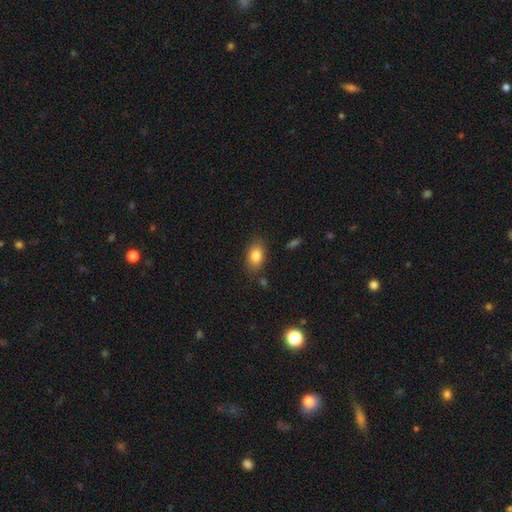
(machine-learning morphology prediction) smooth-or-featured: smooth: 82% | featured or disk: 9% | star or artifact: 8%
  how-rounded: in between: 85% | round: 13% | cigar-shaped: 2%
  merging: none: 81% | minor disturbance: 13% | major disturbance: 3% | merger: 3%